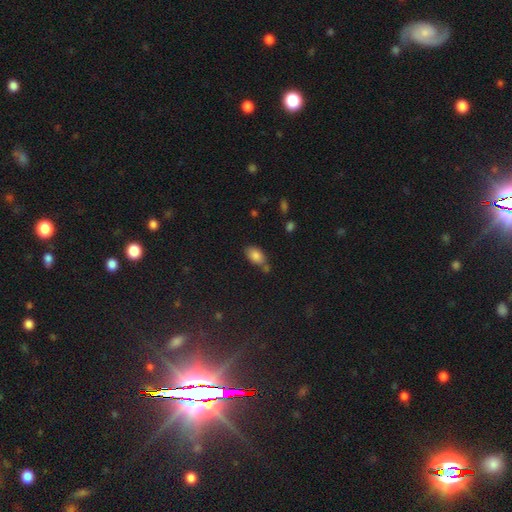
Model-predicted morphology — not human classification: A smooth galaxy with no disk features (84%) that is in between round and cigar-shaped (91%). Merging: none (56%).